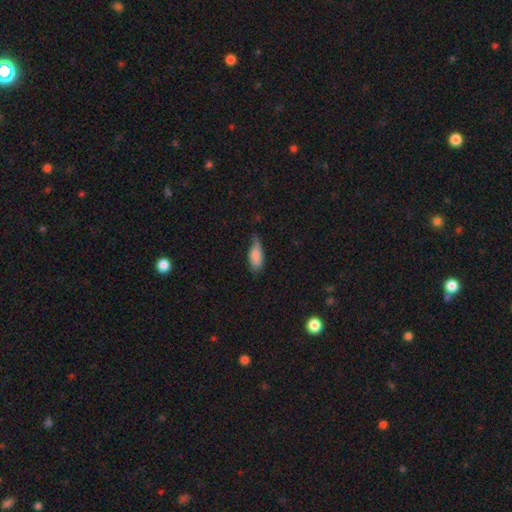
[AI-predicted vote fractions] Q: Smooth or featured?
A: smooth (82%); runner-up: featured or disk (12%)
Q: How rounded?
A: in between (86%); runner-up: cigar-shaped (12%)
Q: Merging?
A: minor disturbance (43%); runner-up: none (42%)